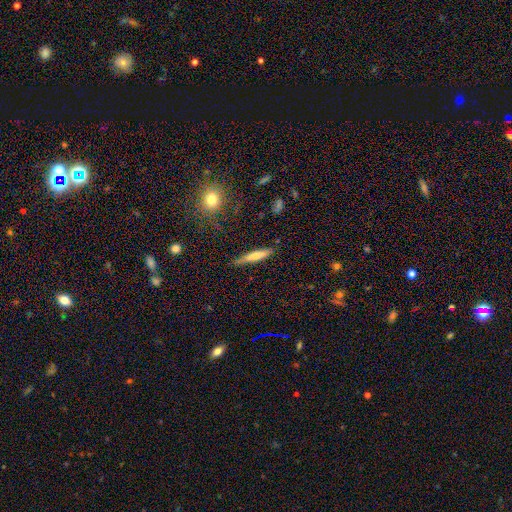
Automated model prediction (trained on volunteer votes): Overall: smooth (63%; featured or disk 31%). How rounded: cigar-shaped (89%). Merging: none (79%).